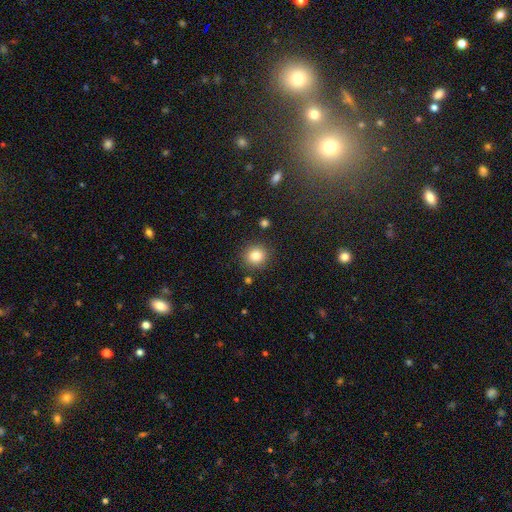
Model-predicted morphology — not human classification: Smooth or featured? Predicted: smooth (p=0.83). How rounded? Predicted: round (p=0.90). Merging? Predicted: none (p=0.87).